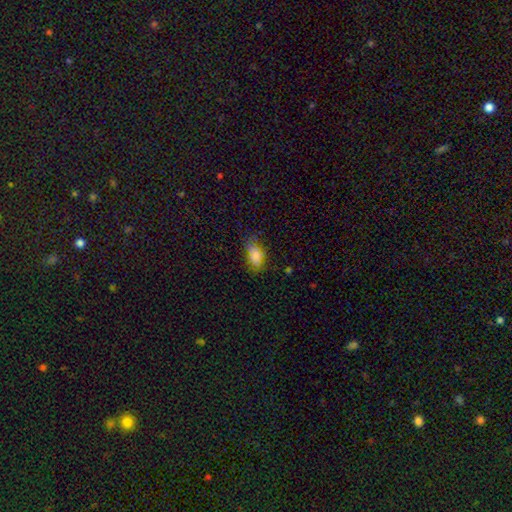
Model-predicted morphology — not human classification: This is likely a smooth galaxy (78%). How rounded: clearly in between (89%). Merging: likely none (61%).